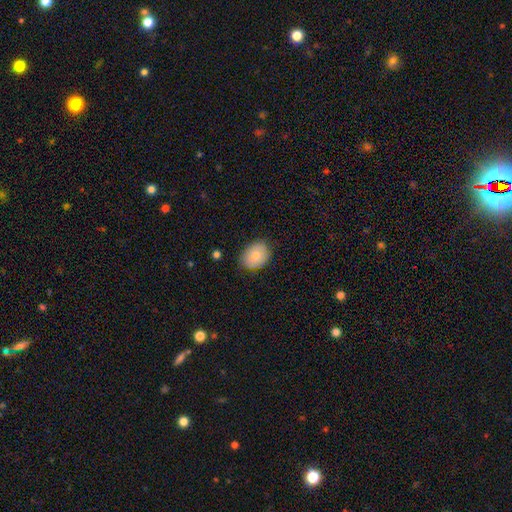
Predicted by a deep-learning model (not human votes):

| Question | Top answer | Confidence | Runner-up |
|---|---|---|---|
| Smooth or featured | smooth | 82% | featured or disk (11%) |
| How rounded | in between | 70% | round (29%) |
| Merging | none | 80% | minor disturbance (16%) |